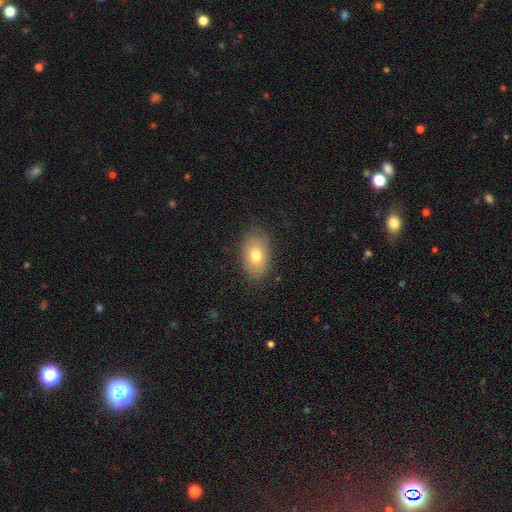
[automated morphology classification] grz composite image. It shows a smooth galaxy with no disk features (75%) that is in between round and cigar-shaped (87%). Merging: none (83%).